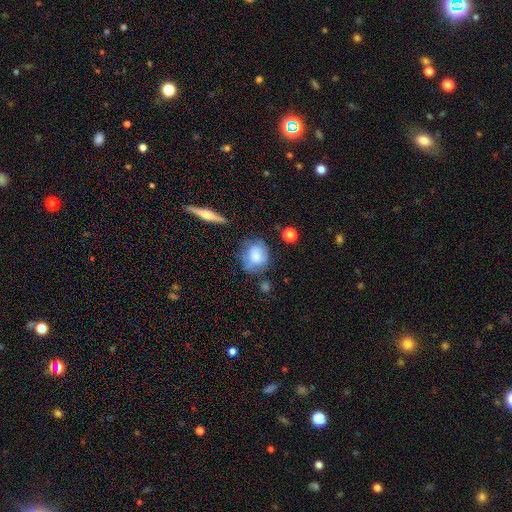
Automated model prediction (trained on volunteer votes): Smooth or featured: smooth — 68% (featured or disk — 24%)
How rounded: round — 59% (in between — 39%)
Merging: none — 56% (minor disturbance — 28%)